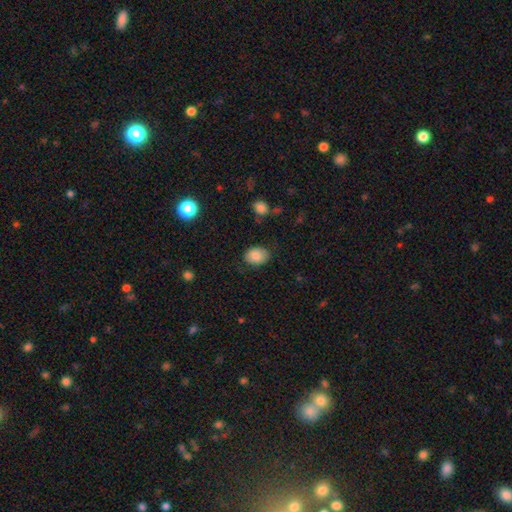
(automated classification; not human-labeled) Overall: smooth (83%). How rounded: in between (74%). Merging: none (77%).